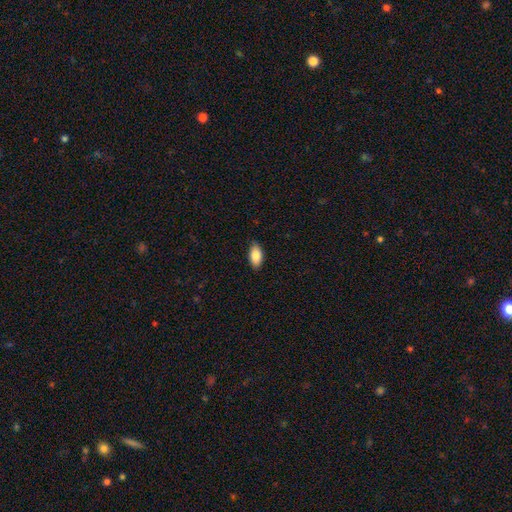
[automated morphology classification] This appears to be a smooth galaxy with no disk features (86%) that is in between round and cigar-shaped (93%). Merging: none (85%).